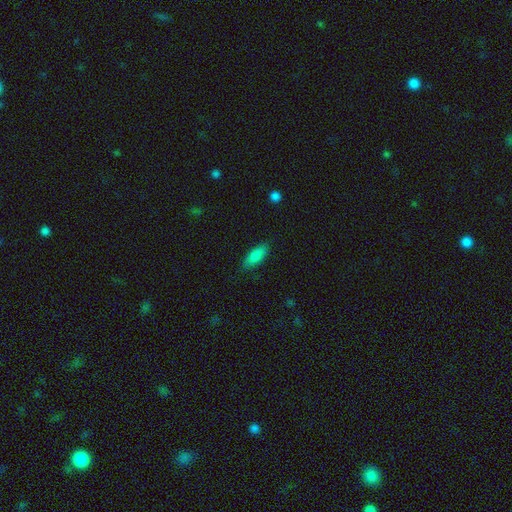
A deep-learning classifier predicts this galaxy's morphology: The model was most divided on "how rounded": in between: 71%, cigar-shaped: 27%, round: 2%. More confident: smooth or featured — smooth (85%); merging — none (84%).